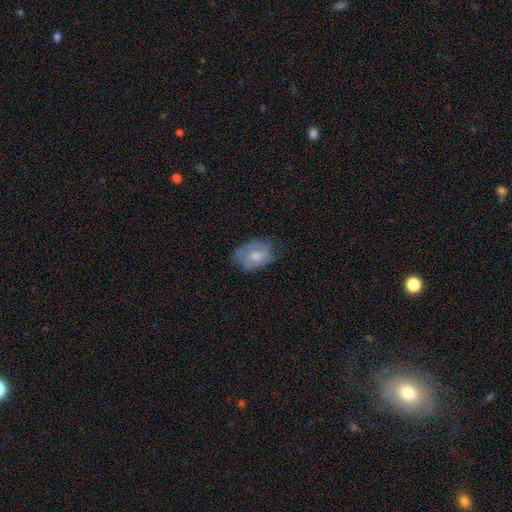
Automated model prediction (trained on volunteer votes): Smooth or featured? Predicted: smooth (p=0.54). How rounded? Predicted: in between (p=0.78). Merging? Predicted: none (p=0.54).